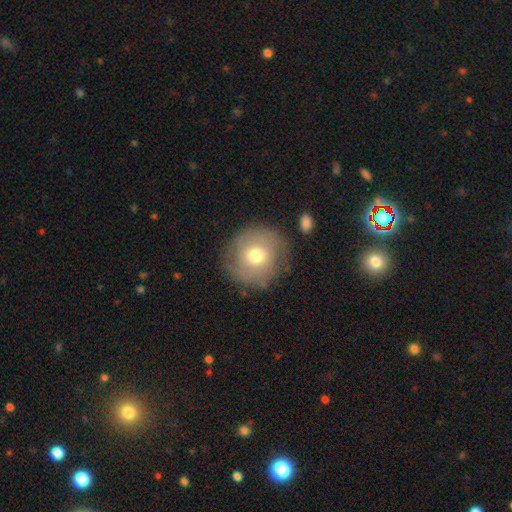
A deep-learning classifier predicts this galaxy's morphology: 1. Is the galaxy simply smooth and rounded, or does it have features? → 57% smooth, 35% featured or disk, 9% star or artifact.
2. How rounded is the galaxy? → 92% round, 7% in between, 1% cigar-shaped.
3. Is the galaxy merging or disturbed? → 79% none, 14% minor disturbance, 5% major disturbance, 2% merger.